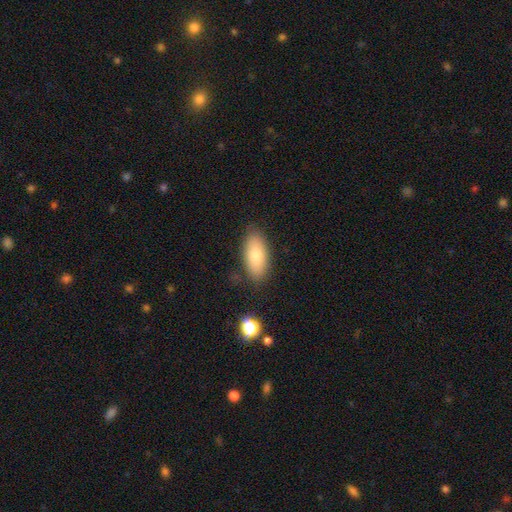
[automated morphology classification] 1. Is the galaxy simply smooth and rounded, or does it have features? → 76% smooth, 16% featured or disk, 8% star or artifact.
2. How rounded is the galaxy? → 87% in between, 9% cigar-shaped, 3% round.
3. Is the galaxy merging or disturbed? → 84% none, 12% minor disturbance, 3% major disturbance, 2% merger.